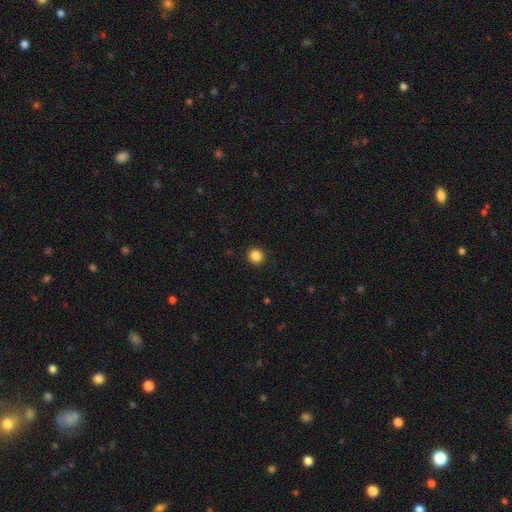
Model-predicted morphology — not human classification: smooth_or_featured: smooth (p=0.86) [alt: star or artifact p=0.10]
how_rounded: round (p=0.88) [alt: in between p=0.11]
merging: none (p=0.92) [alt: minor disturbance p=0.05]